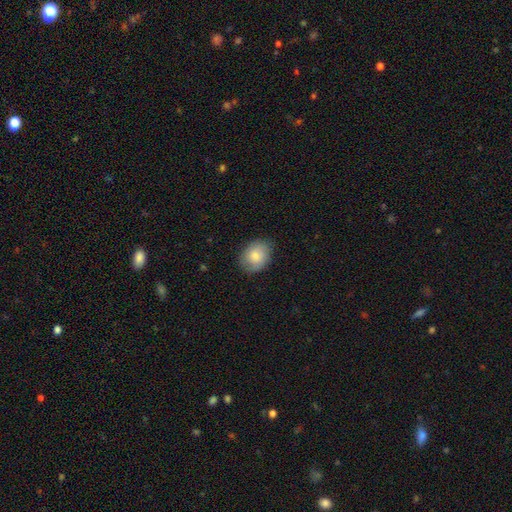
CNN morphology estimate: Smooth or featured?
  - smooth: 79% *
  - featured or disk: 14%
  - star or artifact: 7%
How rounded?
  - in between: 56% *
  - round: 43%
  - cigar-shaped: 1%
Merging?
  - none: 79% *
  - minor disturbance: 17%
  - major disturbance: 3%
  - merger: 1%